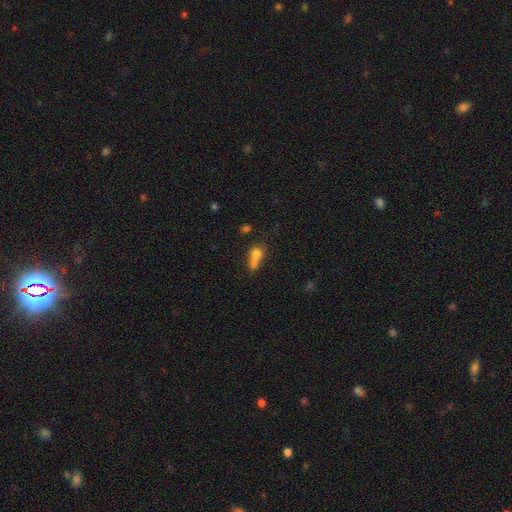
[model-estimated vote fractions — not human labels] Smooth or featured? Predicted: smooth (p=0.70). How rounded? Predicted: in between (p=0.51). Merging? Predicted: merger (p=0.38).